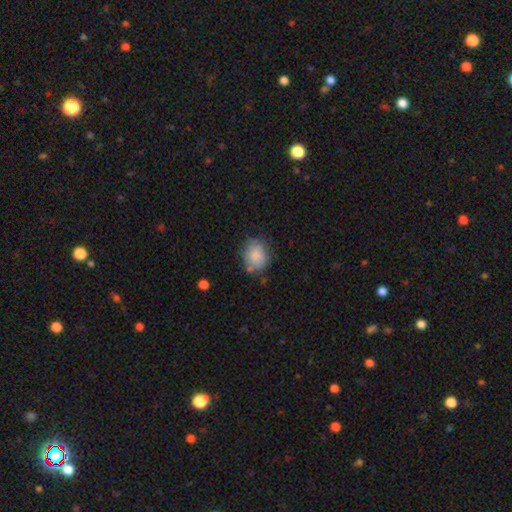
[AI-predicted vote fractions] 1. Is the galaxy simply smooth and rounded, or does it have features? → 81% smooth, 12% featured or disk, 8% star or artifact.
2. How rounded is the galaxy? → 50% in between, 49% round, 1% cigar-shaped.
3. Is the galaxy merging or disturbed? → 60% none, 27% minor disturbance, 8% major disturbance, 5% merger.